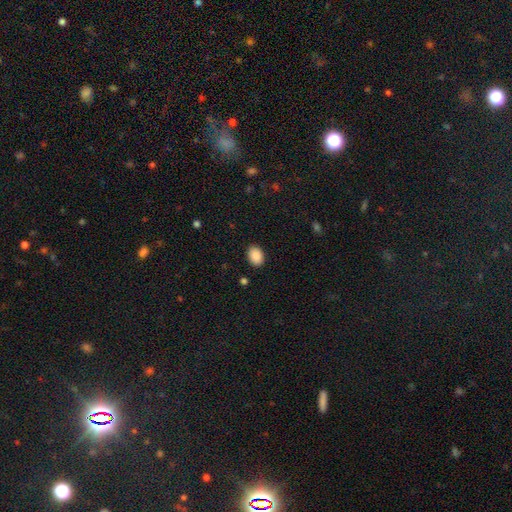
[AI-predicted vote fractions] This is clearly a smooth galaxy (90%). How rounded: likely in between (76%). Merging: clearly none (89%).